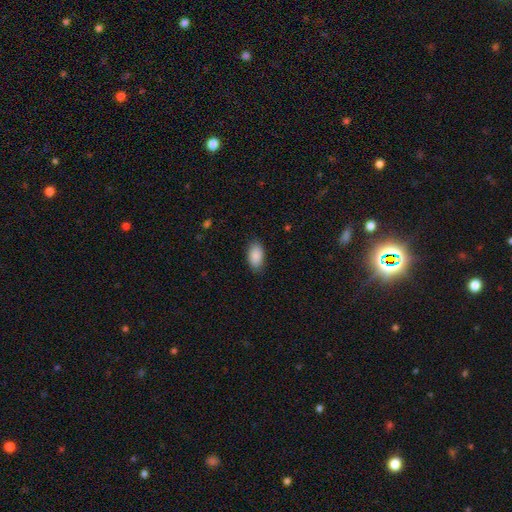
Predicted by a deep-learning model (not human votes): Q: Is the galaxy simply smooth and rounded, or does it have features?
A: smooth — 89%.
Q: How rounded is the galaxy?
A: in between — 94%.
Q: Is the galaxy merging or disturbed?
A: none — 84%.